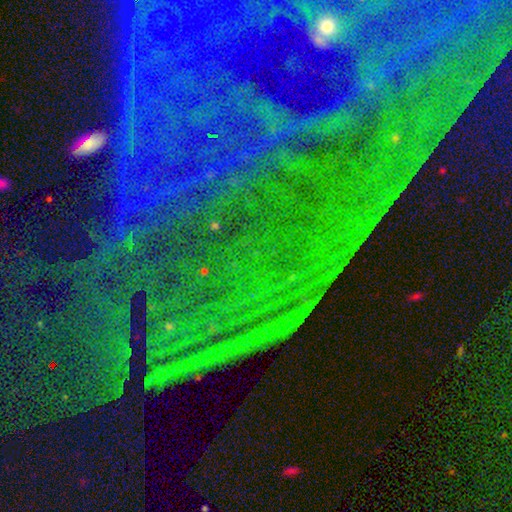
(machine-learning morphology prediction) star or artifact 83%, featured or disk 10%, smooth 7%.